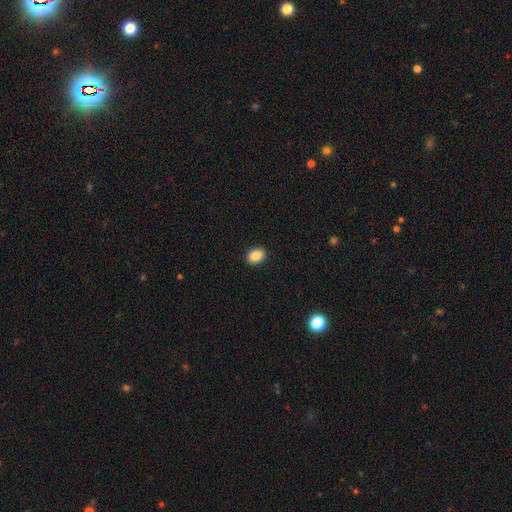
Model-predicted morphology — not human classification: smooth_or_featured: smooth (p=0.87) [alt: star or artifact p=0.08]
how_rounded: in between (p=0.66) [alt: round p=0.33]
merging: none (p=0.91) [alt: minor disturbance p=0.06]